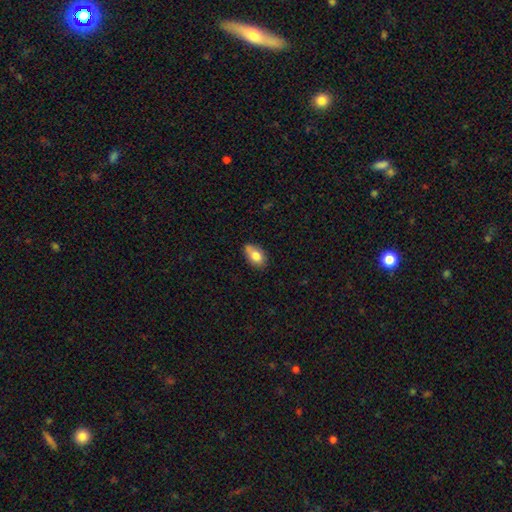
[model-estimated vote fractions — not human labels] Smooth or featured? smooth (78%)
How rounded? in between (84%)
Merging? none (55%)